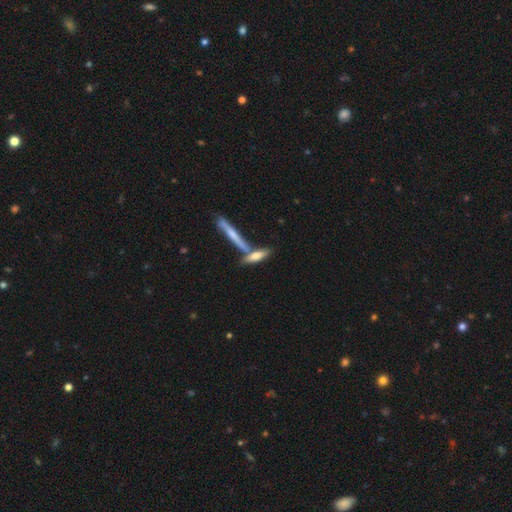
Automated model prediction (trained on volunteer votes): smooth_or_featured: smooth (p=0.61) [alt: featured or disk p=0.32]
how_rounded: cigar-shaped (p=0.66) [alt: in between p=0.31]
merging: none (p=0.54) [alt: merger p=0.31]